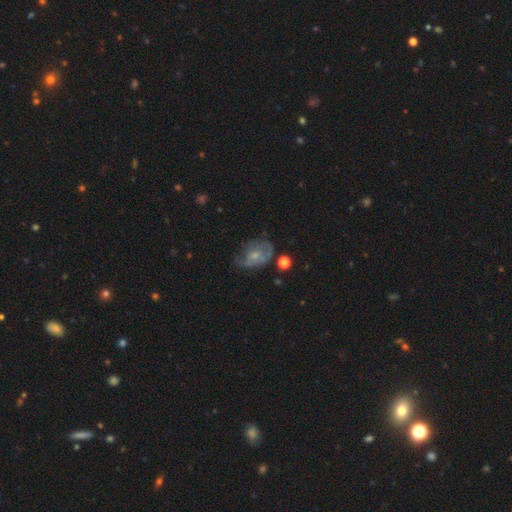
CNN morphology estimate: Overall: featured or disk (53%; smooth 37%). Edge-on disk: no (96%). Bar: no (78%). Spiral arms: yes (56%; no 44%). Bulge size: small (61%; moderate 29%). Merging: none (37%; minor disturbance 31%).